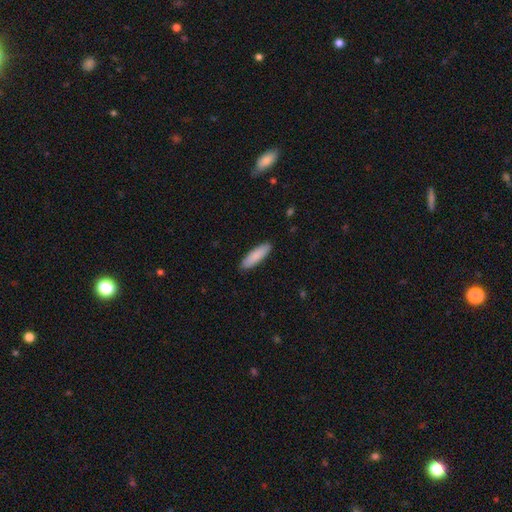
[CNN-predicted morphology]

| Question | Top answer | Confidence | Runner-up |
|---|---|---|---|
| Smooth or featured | smooth | 87% | featured or disk (8%) |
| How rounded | cigar-shaped | 59% | in between (40%) |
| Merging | none | 90% | minor disturbance (7%) |